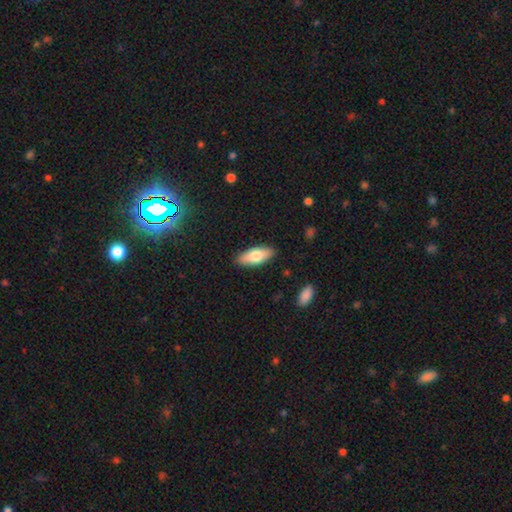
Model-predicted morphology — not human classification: smooth 73%, featured or disk 21%, star or artifact 6%. Down the decision tree: how rounded — in between (79%); merging — none (88%).